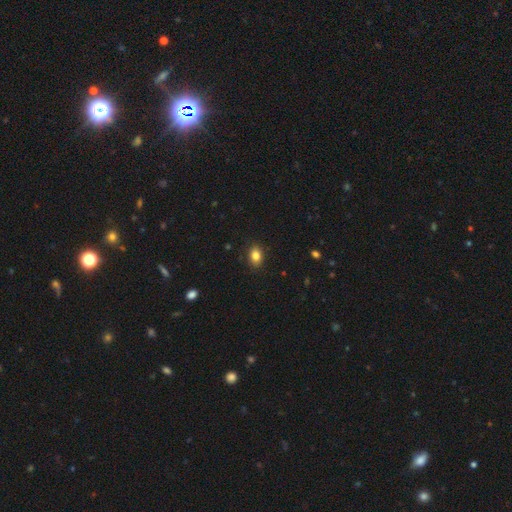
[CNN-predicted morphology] Smooth or featured? smooth (84%)
How rounded? in between (73%)
Merging? none (88%)